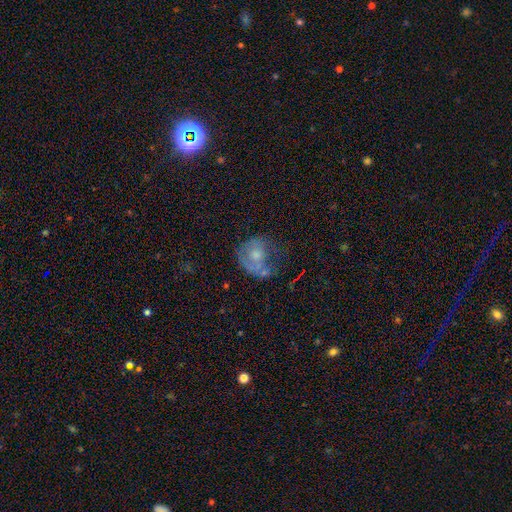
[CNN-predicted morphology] A featured or disk galaxy (46%).

Vote fractions:
- Smooth or featured? featured or disk: 46% / smooth: 44% / star or artifact: 9%
- Merging? major disturbance: 36% / none: 30% / minor disturbance: 22% / merger: 12%